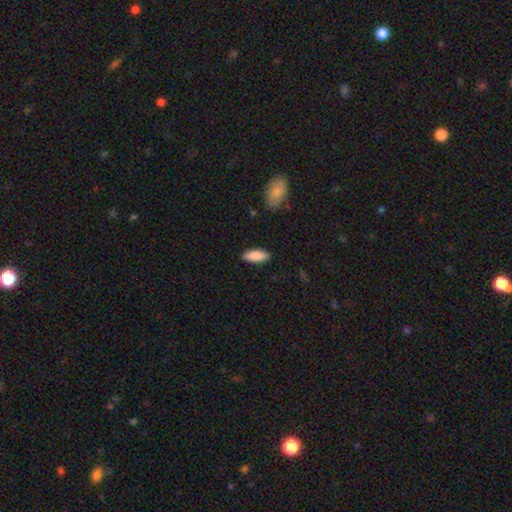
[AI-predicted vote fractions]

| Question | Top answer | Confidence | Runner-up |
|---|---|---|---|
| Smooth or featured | smooth | 87% | featured or disk (7%) |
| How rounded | in between | 81% | cigar-shaped (17%) |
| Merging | none | 87% | minor disturbance (9%) |